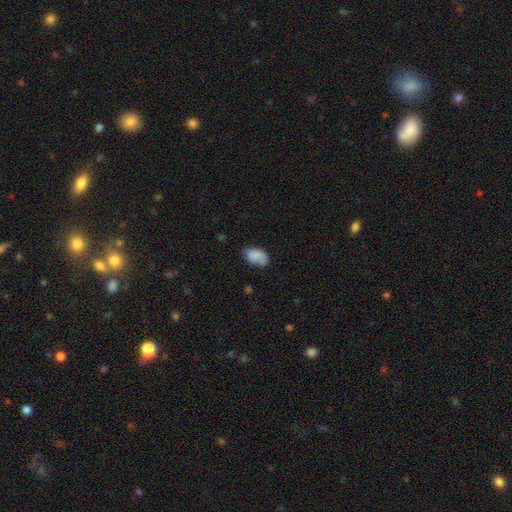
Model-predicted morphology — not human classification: smooth 80%, featured or disk 12%, star or artifact 8%. Down the decision tree: how rounded — in between (91%); merging — none (60%).